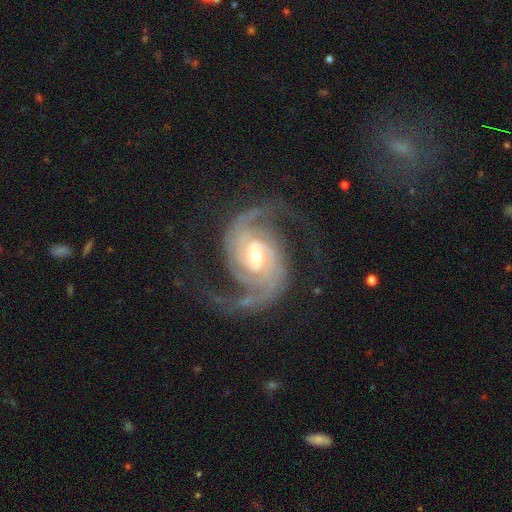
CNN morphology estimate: Overall: featured or disk (93%). Edge-on disk: no (98%). Bar: no (48%; weak 37%). Spiral arms: yes (99%). Spiral arm count: 2 (86%). Spiral winding: medium (53%; tight 33%). Bulge size: moderate (52%; small 43%). Merging: none (74%).